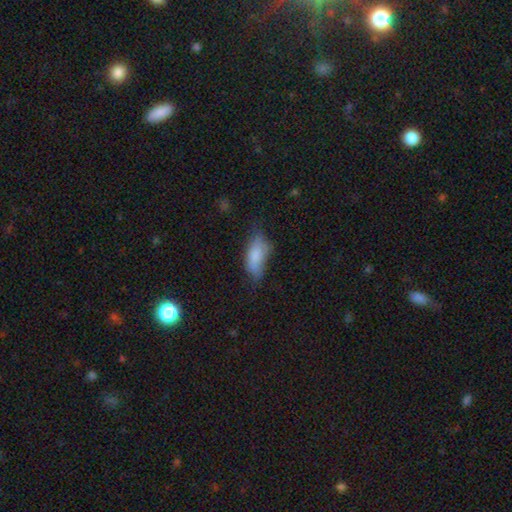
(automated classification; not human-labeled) smooth_or_featured: smooth (p=0.76) [alt: featured or disk p=0.15]
how_rounded: in between (p=0.84) [alt: cigar-shaped p=0.14]
merging: none (p=0.40) [alt: minor disturbance p=0.38]